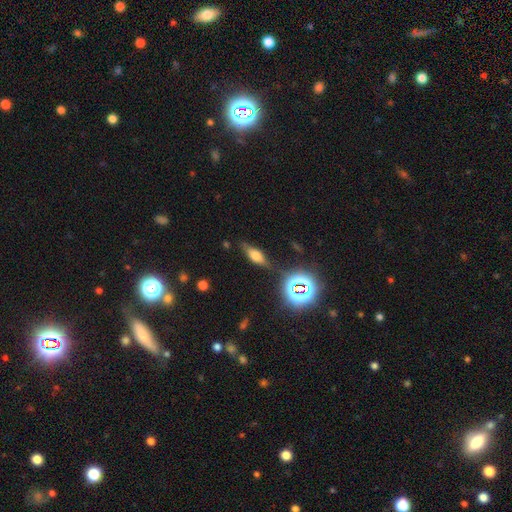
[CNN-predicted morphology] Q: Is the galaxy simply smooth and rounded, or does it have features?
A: smooth — 47%.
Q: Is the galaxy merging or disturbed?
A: none — 77%.